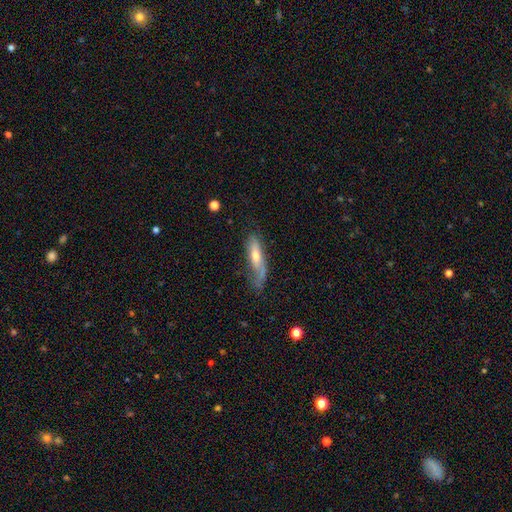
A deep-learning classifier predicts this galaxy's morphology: A featured or disk galaxy (47%).

Vote fractions:
- Smooth or featured? featured or disk: 47% / smooth: 46% / star or artifact: 7%
- Merging? none: 40% / minor disturbance: 31% / major disturbance: 25% / merger: 3%